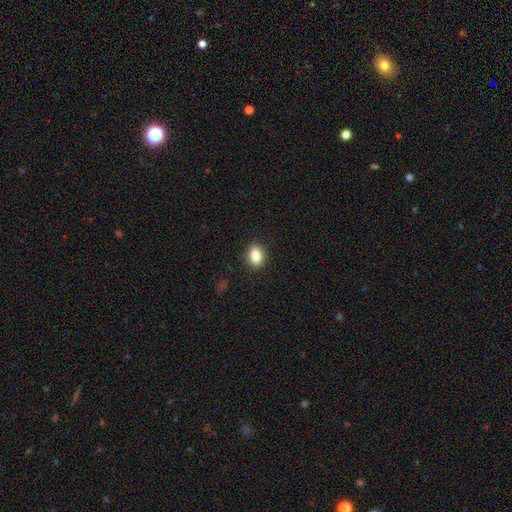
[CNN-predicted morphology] Overall: smooth (84%). How rounded: in between (75%). Merging: none (89%).